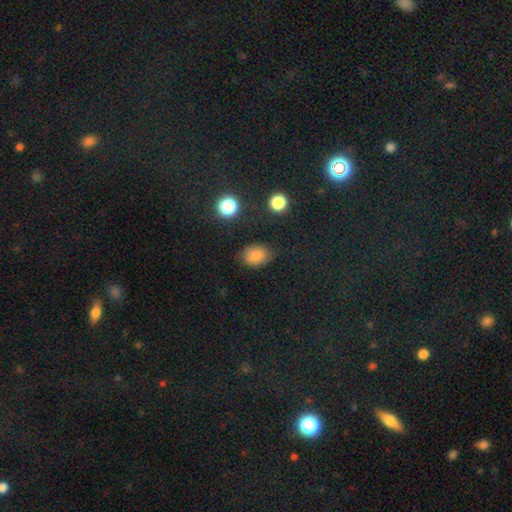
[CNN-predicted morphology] A smooth galaxy with no disk features (82%) that is in between round and cigar-shaped (68%). Merging: none (80%).